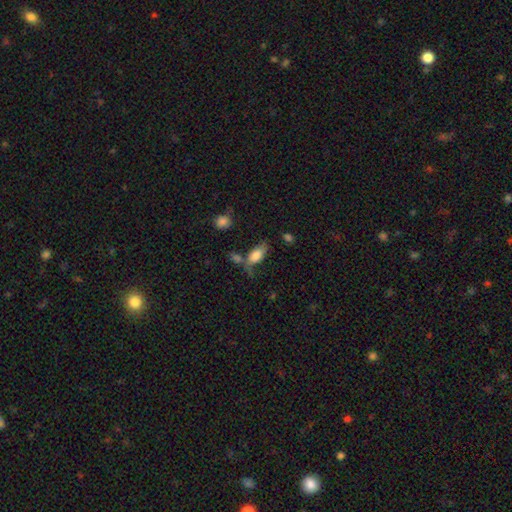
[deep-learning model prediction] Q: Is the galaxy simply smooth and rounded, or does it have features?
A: smooth — 75%.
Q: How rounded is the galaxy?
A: in between — 87%.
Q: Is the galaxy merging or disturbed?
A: none — 44%.